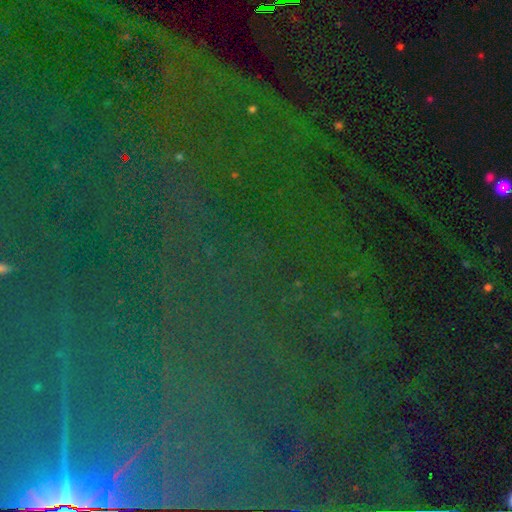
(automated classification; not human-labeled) star or artifact 85%, featured or disk 8%, smooth 7%.